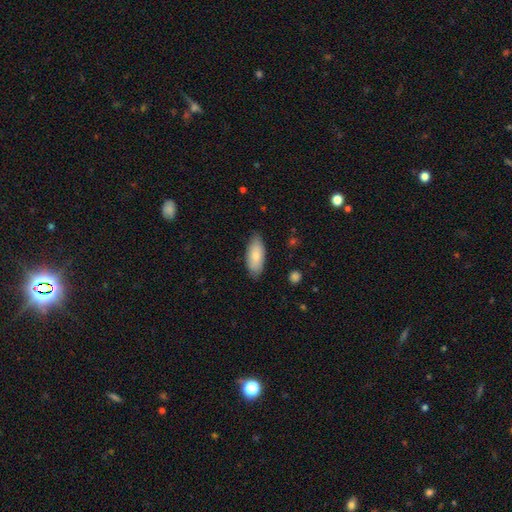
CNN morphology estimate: A smooth galaxy with no disk features (79%) that is in between round and cigar-shaped (84%).

Vote fractions:
- Smooth or featured? smooth: 79% / featured or disk: 15% / star or artifact: 6%
- How rounded? in between: 84% / cigar-shaped: 14% / round: 2%
- Merging? none: 82% / minor disturbance: 14% / major disturbance: 2% / merger: 1%